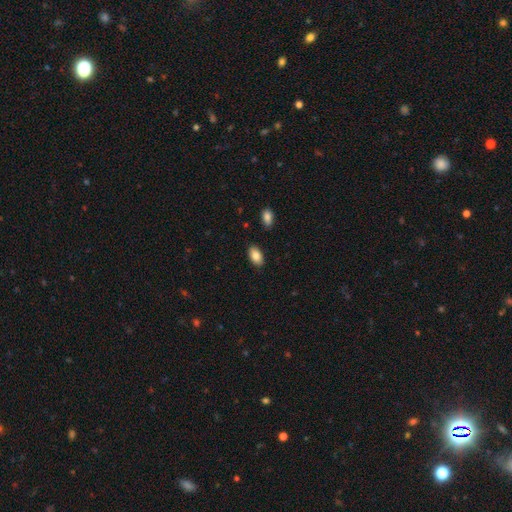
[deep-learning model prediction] Smooth or featured? Predicted: smooth (p=0.85). How rounded? Predicted: in between (p=0.93). Merging? Predicted: none (p=0.87).